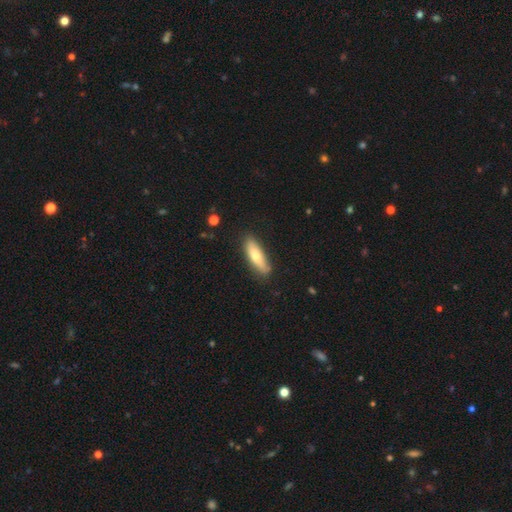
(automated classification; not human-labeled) This is likely a smooth galaxy (65%). How rounded: possibly cigar-shaped (56%). Merging: clearly none (85%).